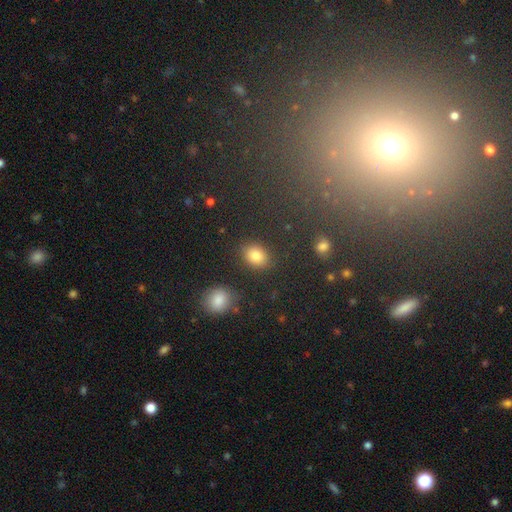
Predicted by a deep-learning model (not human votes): This appears to be a smooth galaxy with no disk features (83%) that is in between round and cigar-shaped (59%). Merging: none (83%).